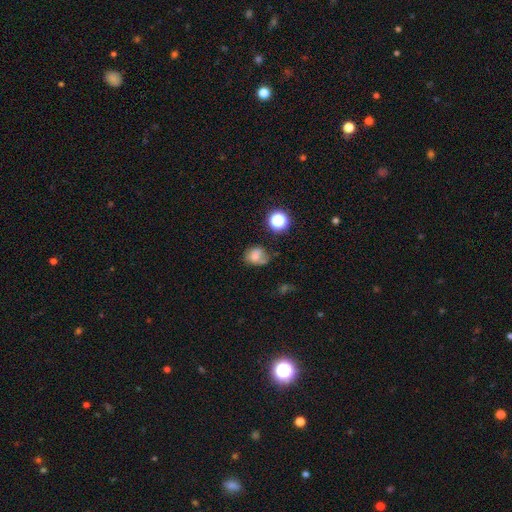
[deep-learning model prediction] Smooth or featured? Predicted: smooth (p=0.68). How rounded? Predicted: round (p=0.58). Merging? Predicted: none (p=0.46).